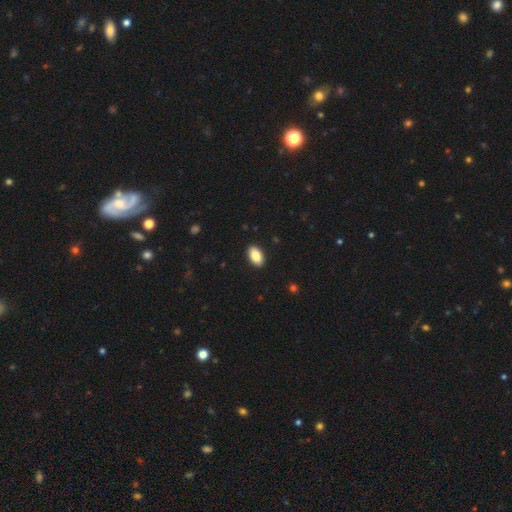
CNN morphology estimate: This is clearly a smooth galaxy (85%). How rounded: clearly in between (94%). Merging: clearly none (90%).